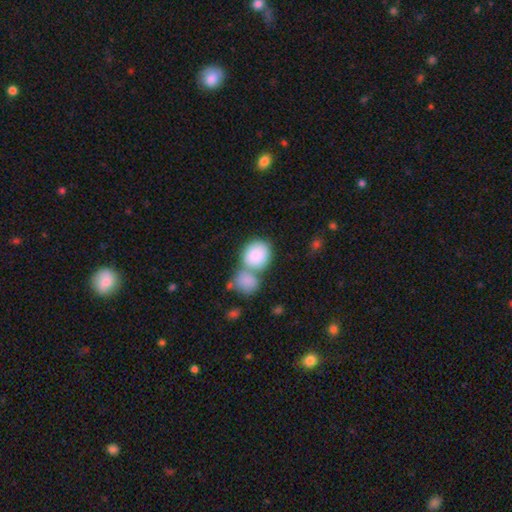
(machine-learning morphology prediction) Smooth or featured: smooth — 85% (featured or disk — 9%)
How rounded: round — 66% (in between — 33%)
Merging: merger — 57% (none — 29%)